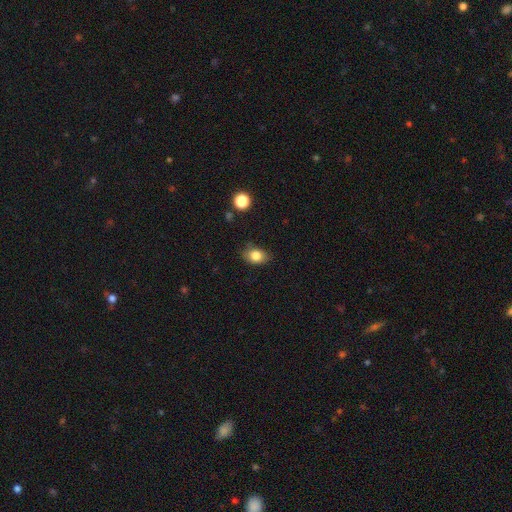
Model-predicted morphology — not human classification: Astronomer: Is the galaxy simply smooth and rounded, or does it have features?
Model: smooth — 82%.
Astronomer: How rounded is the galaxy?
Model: in between — 71%.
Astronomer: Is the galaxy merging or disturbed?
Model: none — 73%.